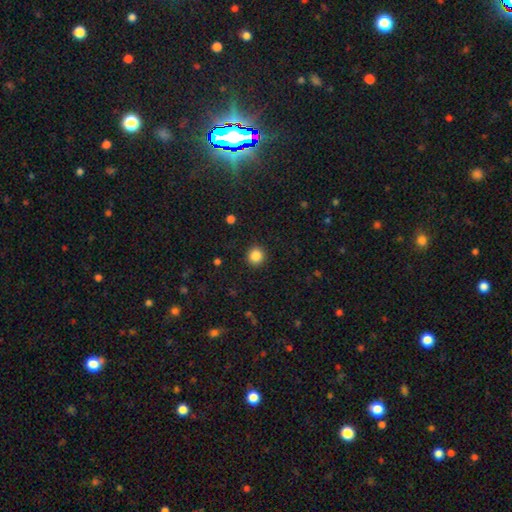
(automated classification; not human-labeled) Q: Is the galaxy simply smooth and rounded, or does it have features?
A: smooth — 86%.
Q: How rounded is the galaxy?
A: round — 92%.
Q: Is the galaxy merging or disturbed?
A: none — 91%.